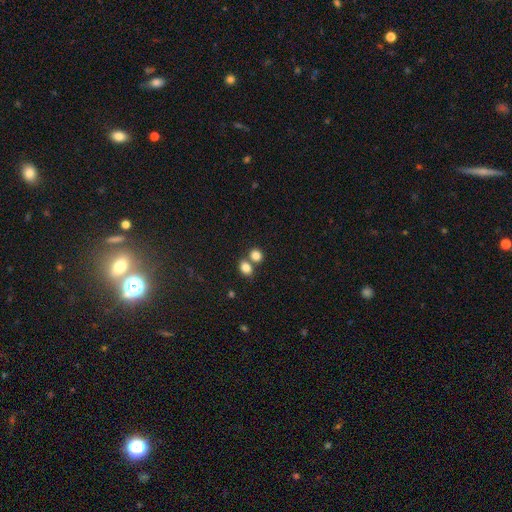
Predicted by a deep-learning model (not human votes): Smooth or featured?
  - smooth: 83% *
  - star or artifact: 11%
  - featured or disk: 6%
How rounded?
  - round: 60% *
  - in between: 39%
  - cigar-shaped: 1%
Merging?
  - none: 50% *
  - merger: 39%
  - minor disturbance: 8%
  - major disturbance: 3%